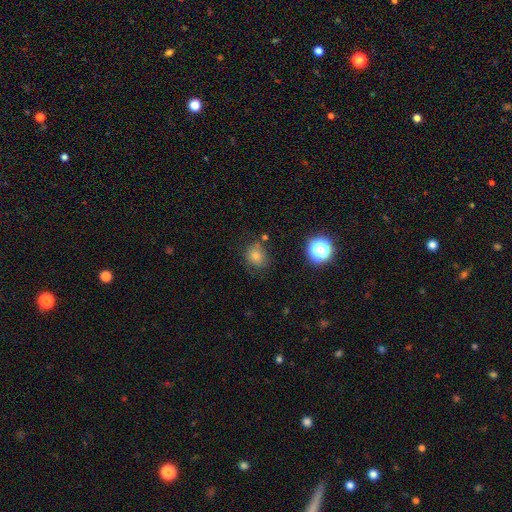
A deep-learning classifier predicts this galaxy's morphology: smooth 72%, star or artifact 19%, featured or disk 9%. Down the decision tree: how rounded — round (73%); merging — none (73%).